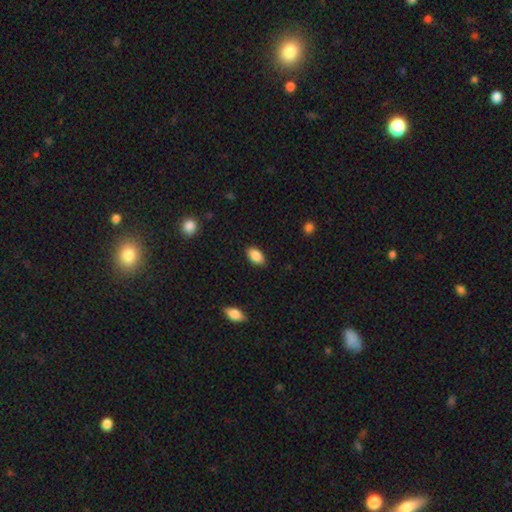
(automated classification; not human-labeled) smooth-or-featured: smooth: 88% | star or artifact: 7% | featured or disk: 5%
  how-rounded: in between: 93% | round: 5% | cigar-shaped: 3%
  merging: none: 86% | minor disturbance: 10% | major disturbance: 2% | merger: 1%